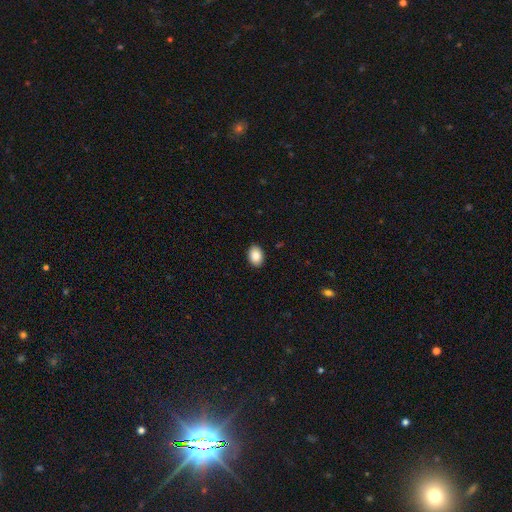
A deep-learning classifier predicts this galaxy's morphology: This is clearly a smooth galaxy (89%). How rounded: clearly in between (81%). Merging: clearly none (90%).